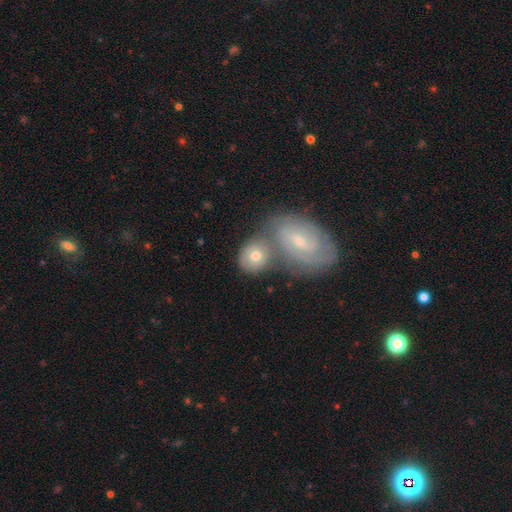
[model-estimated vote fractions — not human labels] This appears to be a smooth galaxy with no disk features (51%) that is round (58%). Merging: none (46%).